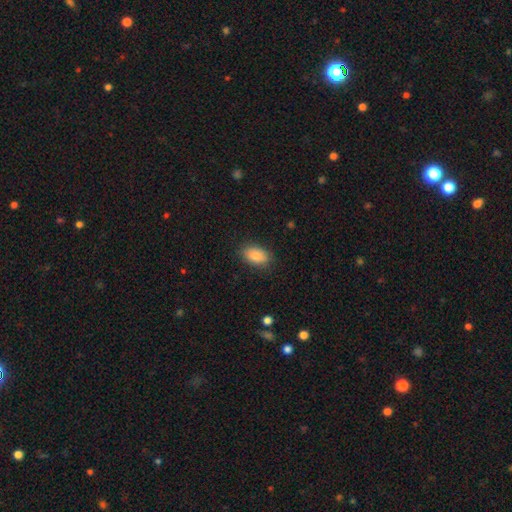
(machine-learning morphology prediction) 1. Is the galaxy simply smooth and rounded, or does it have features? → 83% smooth, 8% featured or disk, 8% star or artifact.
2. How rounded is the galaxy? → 90% in between, 7% round, 2% cigar-shaped.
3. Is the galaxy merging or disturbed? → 86% none, 10% minor disturbance, 2% major disturbance, 1% merger.